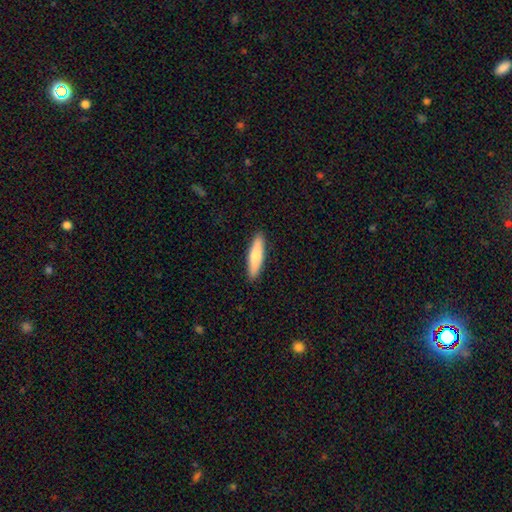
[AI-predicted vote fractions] Overall: smooth (76%). How rounded: cigar-shaped (78%). Merging: none (91%).